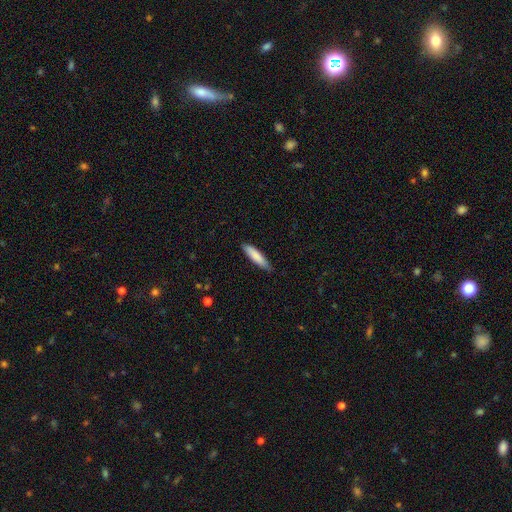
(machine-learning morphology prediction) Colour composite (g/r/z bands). It shows a smooth galaxy with no disk features (84%) that is cigar-shaped (78%). Merging: none (84%).